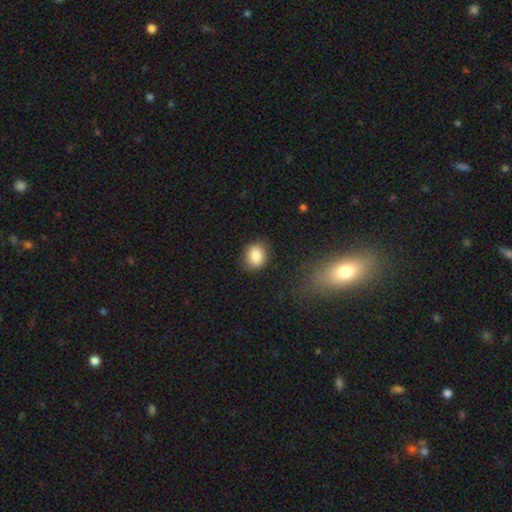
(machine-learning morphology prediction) Q: Smooth or featured?
A: smooth (85%); runner-up: star or artifact (9%)
Q: How rounded?
A: round (57%); runner-up: in between (42%)
Q: Merging?
A: none (83%); runner-up: minor disturbance (13%)